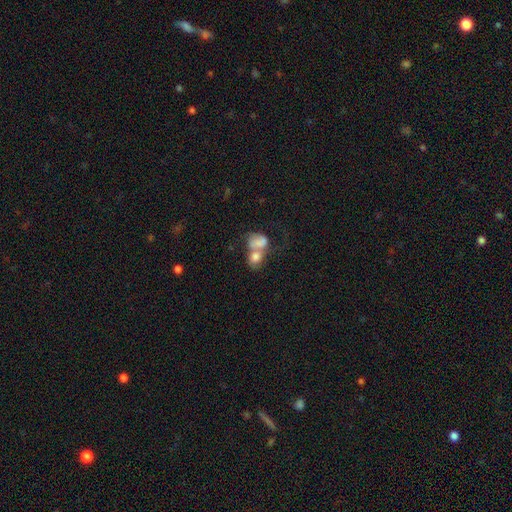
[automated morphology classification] smooth 66%, featured or disk 23%, star or artifact 11%. Down the decision tree: how rounded — in between (58%); merging — merger (67%).